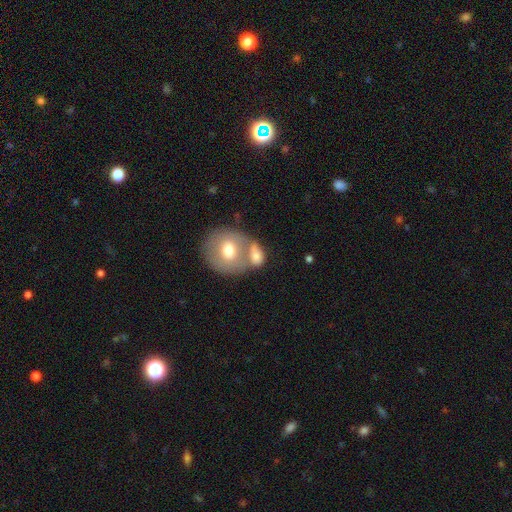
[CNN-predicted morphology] Smooth or featured?
  - smooth: 69% *
  - featured or disk: 24%
  - star or artifact: 7%
How rounded?
  - in between: 53% *
  - round: 44%
  - cigar-shaped: 3%
Merging?
  - merger: 55% *
  - none: 28%
  - minor disturbance: 11%
  - major disturbance: 7%